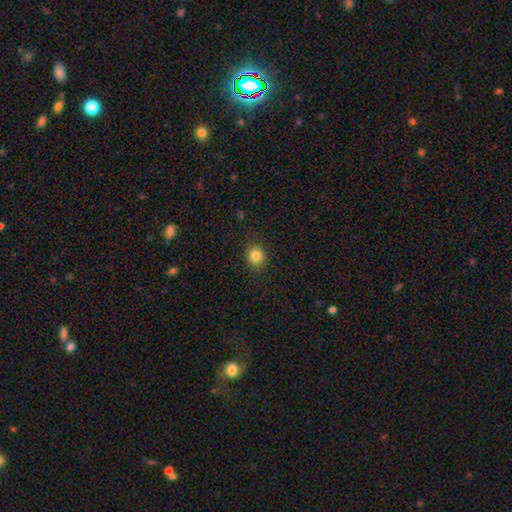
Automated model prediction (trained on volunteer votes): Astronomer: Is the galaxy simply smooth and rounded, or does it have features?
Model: smooth — 83%.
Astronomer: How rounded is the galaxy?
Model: round — 82%.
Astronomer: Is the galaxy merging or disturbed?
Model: none — 89%.